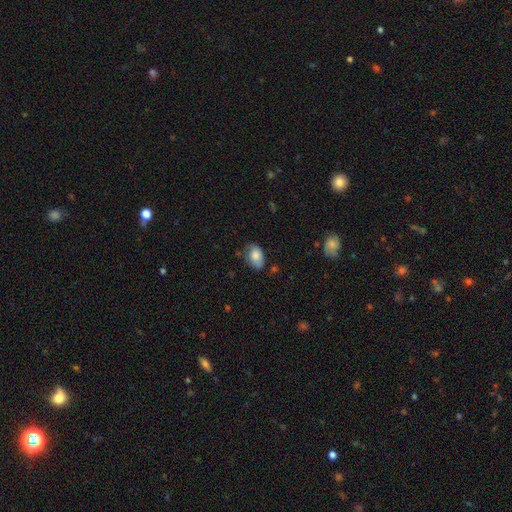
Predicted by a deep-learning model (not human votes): Smooth or featured: smooth — 81% (featured or disk — 11%)
How rounded: in between — 86% (round — 13%)
Merging: none — 62% (minor disturbance — 29%)